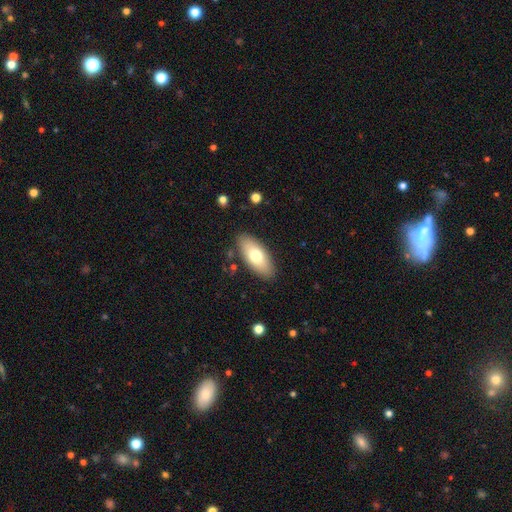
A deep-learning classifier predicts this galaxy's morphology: Smooth or featured?
  - smooth: 71% *
  - featured or disk: 23%
  - star or artifact: 6%
How rounded?
  - in between: 86% *
  - cigar-shaped: 11%
  - round: 3%
Merging?
  - none: 87% *
  - minor disturbance: 9%
  - major disturbance: 2%
  - merger: 1%